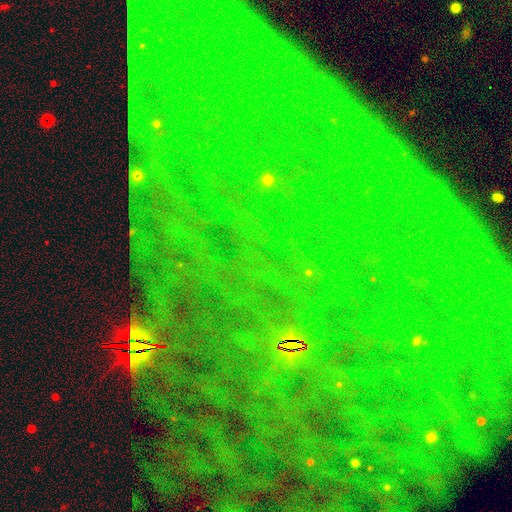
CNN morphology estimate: smooth-or-featured: star or artifact: 85% | featured or disk: 8% | smooth: 7%